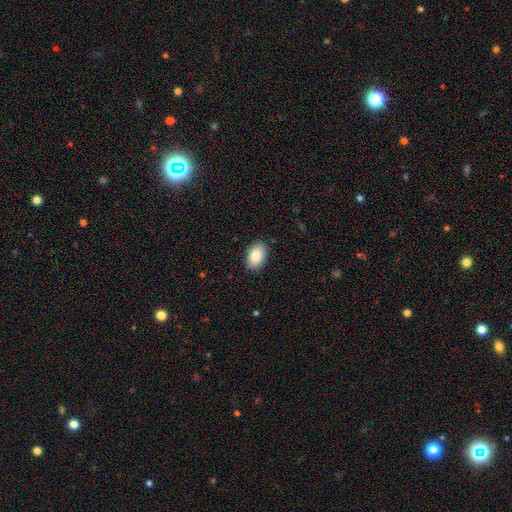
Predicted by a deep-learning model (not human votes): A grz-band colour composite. It shows a smooth galaxy with no disk features (83%) that is in between round and cigar-shaped (90%). Merging: none (88%).